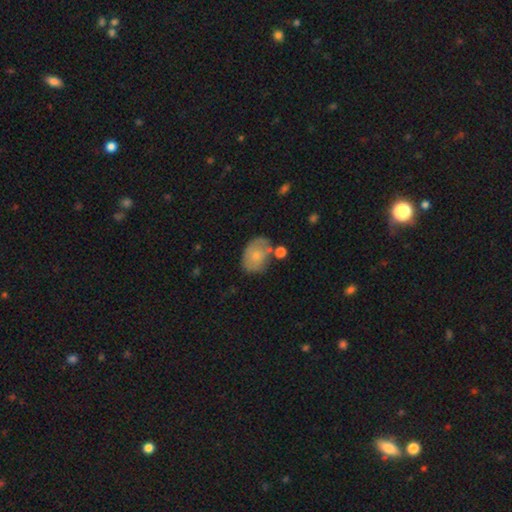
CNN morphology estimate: smooth 65%, featured or disk 27%, star or artifact 7%. Down the decision tree: how rounded — in between (75%); merging — none (53%).